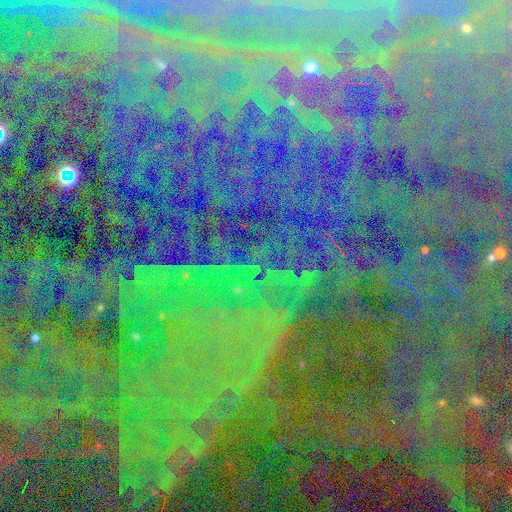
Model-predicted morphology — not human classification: star or artifact 85%, featured or disk 8%, smooth 7%.